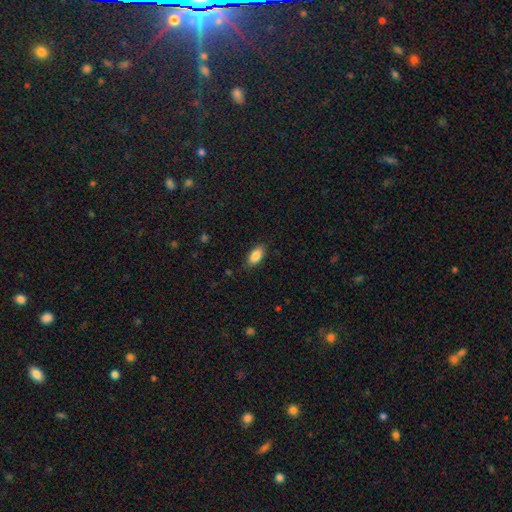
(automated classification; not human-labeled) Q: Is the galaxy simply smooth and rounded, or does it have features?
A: smooth — 86%.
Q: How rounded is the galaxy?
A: in between — 90%.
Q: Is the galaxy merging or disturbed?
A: none — 86%.